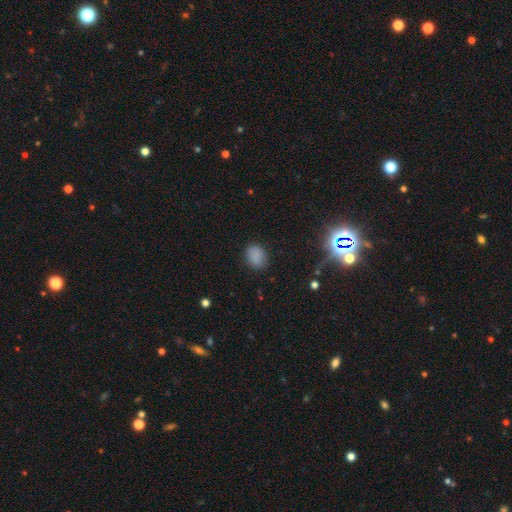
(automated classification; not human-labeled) smooth 84%, star or artifact 12%, featured or disk 4%. Down the decision tree: how rounded — in between (56%); merging — none (83%).